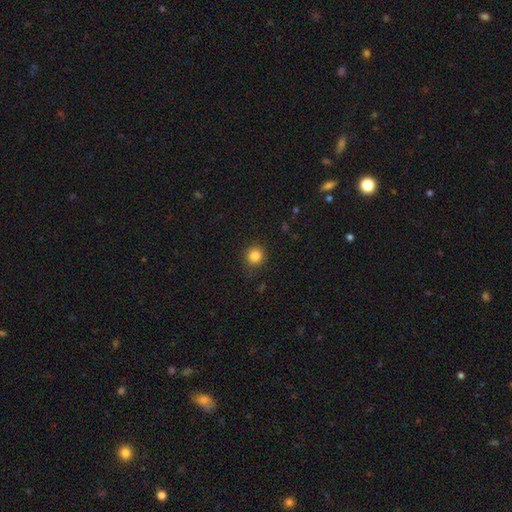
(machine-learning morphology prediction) Smooth or featured? Predicted: smooth (p=0.85). How rounded? Predicted: round (p=0.91). Merging? Predicted: none (p=0.87).